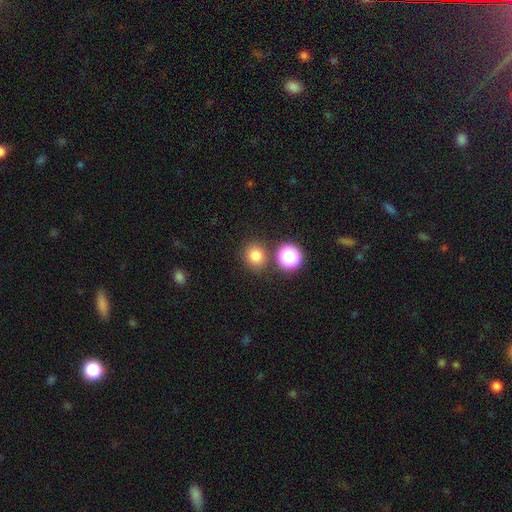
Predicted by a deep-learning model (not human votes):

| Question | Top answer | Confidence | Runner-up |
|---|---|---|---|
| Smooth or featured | smooth | 79% | star or artifact (15%) |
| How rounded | round | 84% | in between (15%) |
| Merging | none | 80% | merger (9%) |